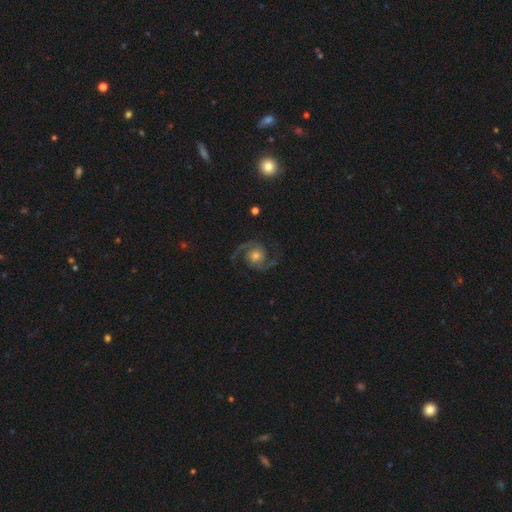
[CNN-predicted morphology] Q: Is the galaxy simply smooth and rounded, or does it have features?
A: featured or disk — 89%.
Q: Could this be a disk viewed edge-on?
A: no — 98%.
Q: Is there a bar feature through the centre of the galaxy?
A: no — 73%.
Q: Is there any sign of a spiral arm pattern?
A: yes — 98%.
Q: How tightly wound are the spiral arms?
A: medium — 58%.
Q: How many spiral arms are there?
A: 2 — 94%.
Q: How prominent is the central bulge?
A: moderate — 62%.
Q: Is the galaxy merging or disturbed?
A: none — 82%.